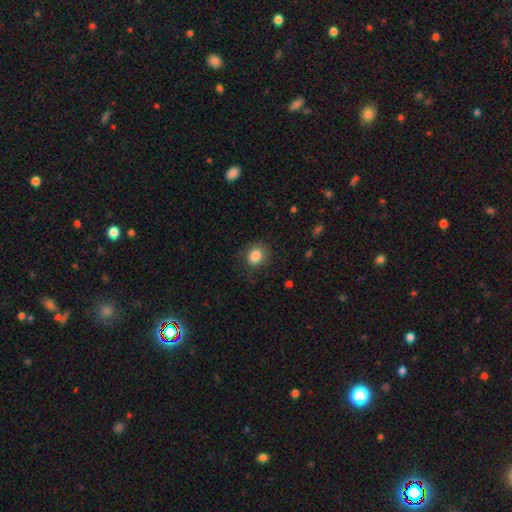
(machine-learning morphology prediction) Smooth or featured? smooth (85%)
How rounded? round (70%)
Merging? none (74%)